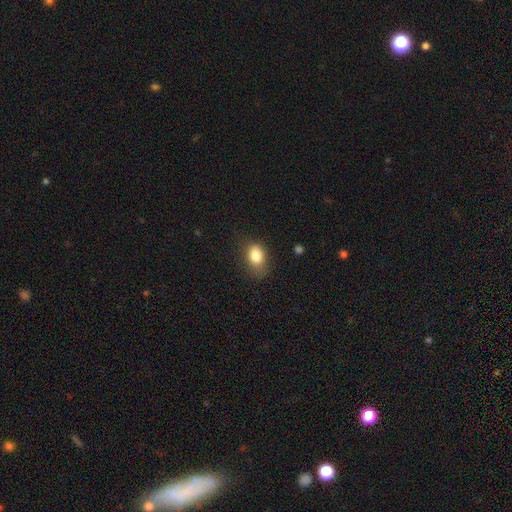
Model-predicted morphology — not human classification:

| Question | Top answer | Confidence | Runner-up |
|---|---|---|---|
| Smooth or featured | smooth | 82% | star or artifact (10%) |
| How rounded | in between | 69% | round (30%) |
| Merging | none | 61% | minor disturbance (27%) |